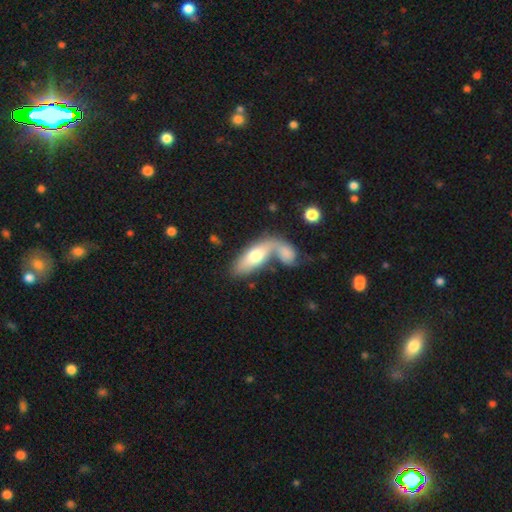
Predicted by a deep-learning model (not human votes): Morphology: type=smooth (64%); roundness=in between (77%); merging=merger (58%).